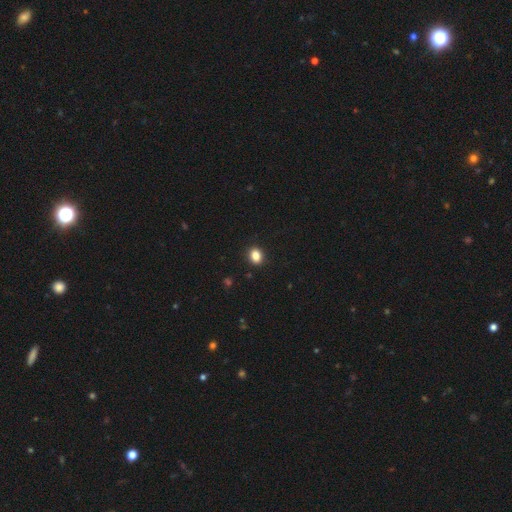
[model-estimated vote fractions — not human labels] Overall: smooth (85%). How rounded: round (51%; in between 48%). Merging: none (90%).